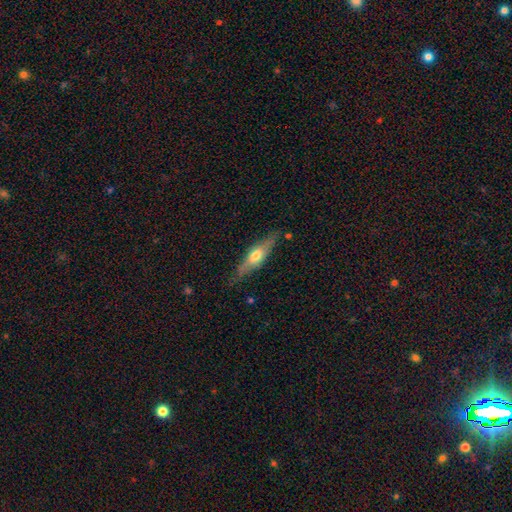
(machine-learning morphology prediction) Q: Smooth or featured?
A: featured or disk (48%); runner-up: smooth (46%)
Q: Merging?
A: none (77%); runner-up: minor disturbance (17%)